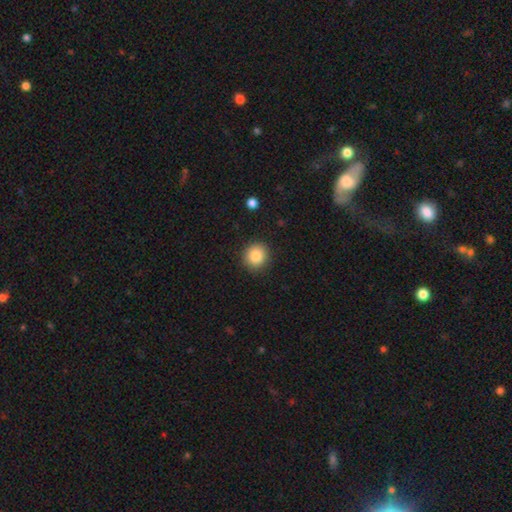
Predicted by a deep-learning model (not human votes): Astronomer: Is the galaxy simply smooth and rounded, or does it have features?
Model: smooth — 86%.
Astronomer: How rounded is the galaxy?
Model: round — 89%.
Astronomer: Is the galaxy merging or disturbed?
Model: none — 89%.